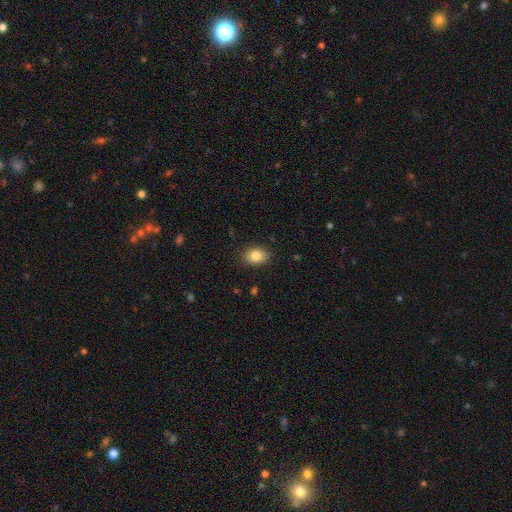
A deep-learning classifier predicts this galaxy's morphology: Smooth or featured? Predicted: smooth (p=0.83). How rounded? Predicted: in between (p=0.72). Merging? Predicted: none (p=0.88).